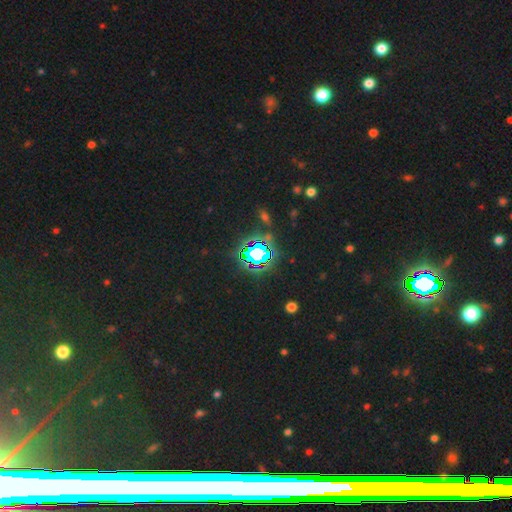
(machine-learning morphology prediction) Smooth or featured? star or artifact (75%)